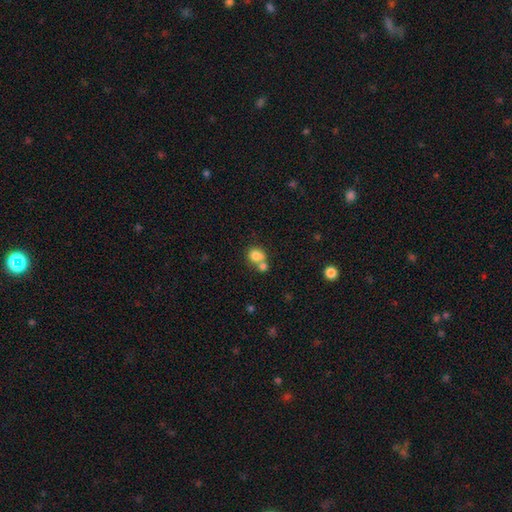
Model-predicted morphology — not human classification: This is likely a smooth galaxy (80%). How rounded: likely round (70%). Merging: marginally merger (45%).